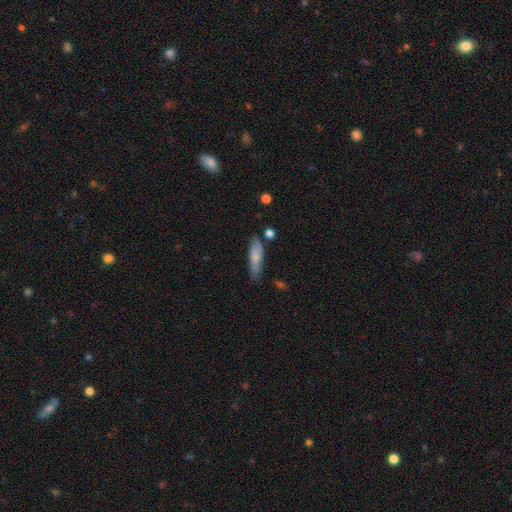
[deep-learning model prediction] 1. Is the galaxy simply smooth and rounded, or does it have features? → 67% smooth, 27% featured or disk, 6% star or artifact.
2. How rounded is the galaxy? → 64% cigar-shaped, 34% in between, 2% round.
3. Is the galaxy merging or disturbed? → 71% none, 21% minor disturbance, 4% major disturbance, 4% merger.